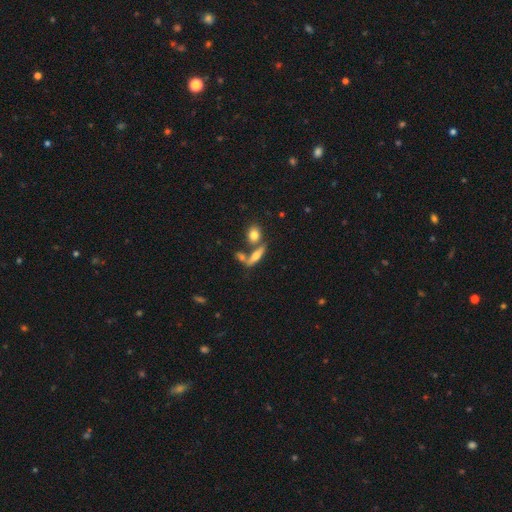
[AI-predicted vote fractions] A smooth galaxy with no disk features (50%) that is cigar-shaped (55%). Merging: none (55%).